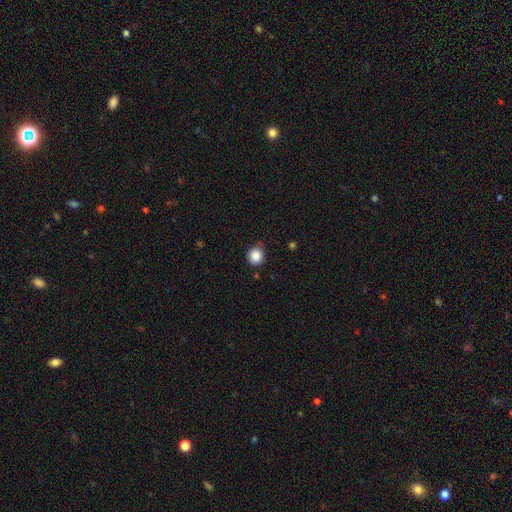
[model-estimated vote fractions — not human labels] Smooth or featured? Predicted: smooth (p=0.87). How rounded? Predicted: round (p=0.92). Merging? Predicted: none (p=0.84).